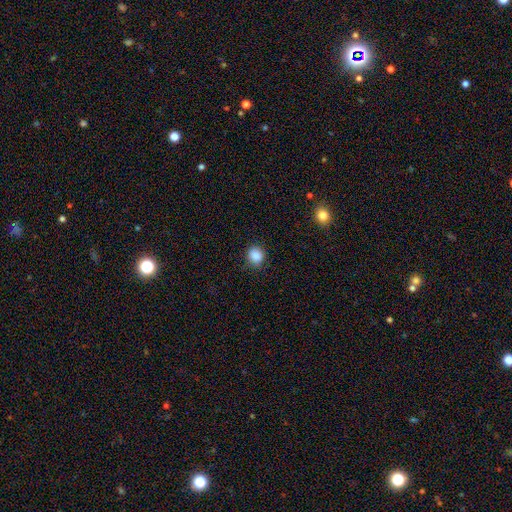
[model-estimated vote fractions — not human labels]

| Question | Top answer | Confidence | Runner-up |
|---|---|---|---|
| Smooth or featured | smooth | 87% | star or artifact (10%) |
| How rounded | round | 79% | in between (20%) |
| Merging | none | 84% | minor disturbance (12%) |